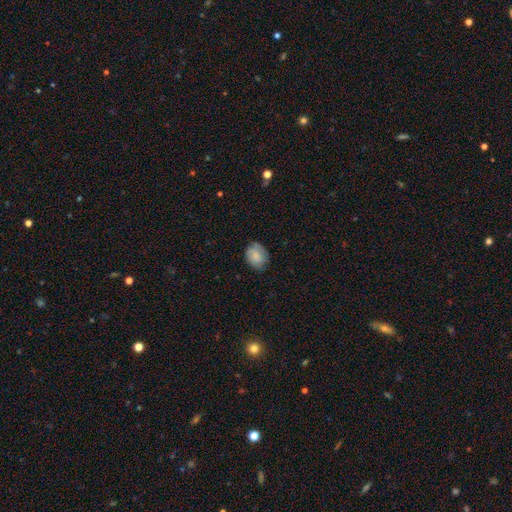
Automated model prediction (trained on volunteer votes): Smooth or featured: smooth — 79% (featured or disk — 14%)
How rounded: in between — 57% (round — 42%)
Merging: none — 74% (minor disturbance — 21%)